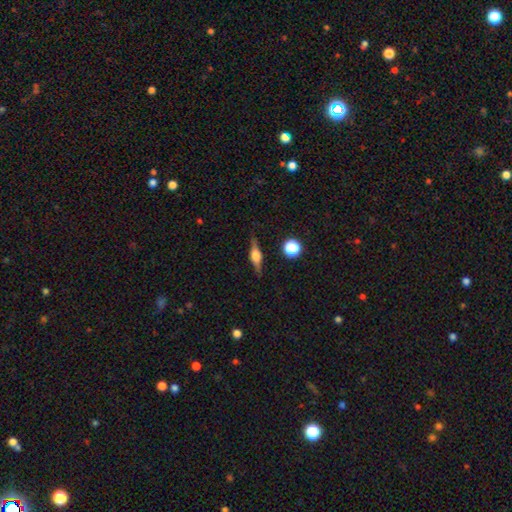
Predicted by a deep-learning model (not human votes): A featured or disk galaxy (67%) viewed edge-on (96%) with a rounded central bulge (88%).

Vote fractions:
- Smooth or featured? featured or disk: 67% / smooth: 24% / star or artifact: 8%
- Edge-on disk? yes: 96% / no: 4%
- Edge-on bulge? rounded: 88% / boxy: 10% / none: 2%
- Merging? none: 85% / minor disturbance: 10% / major disturbance: 3% / merger: 2%